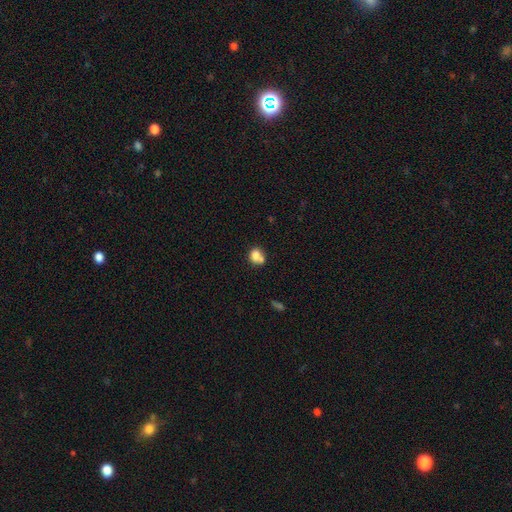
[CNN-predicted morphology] A smooth galaxy with no disk features (76%) that is round (69%).

Vote fractions:
- Smooth or featured? smooth: 76% / featured or disk: 14% / star or artifact: 10%
- How rounded? round: 69% / in between: 30% / cigar-shaped: 1%
- Merging? merger: 41% (tied) / none: 41% (tied) / minor disturbance: 12% / major disturbance: 5%